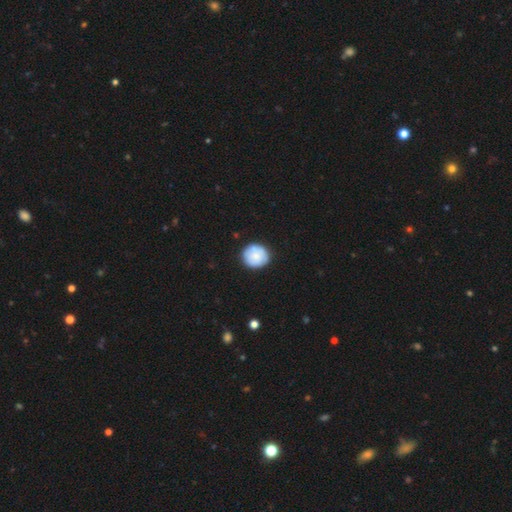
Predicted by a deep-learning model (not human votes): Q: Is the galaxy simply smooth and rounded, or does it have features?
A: smooth — 77%.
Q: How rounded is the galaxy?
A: round — 89%.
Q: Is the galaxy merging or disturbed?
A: none — 83%.